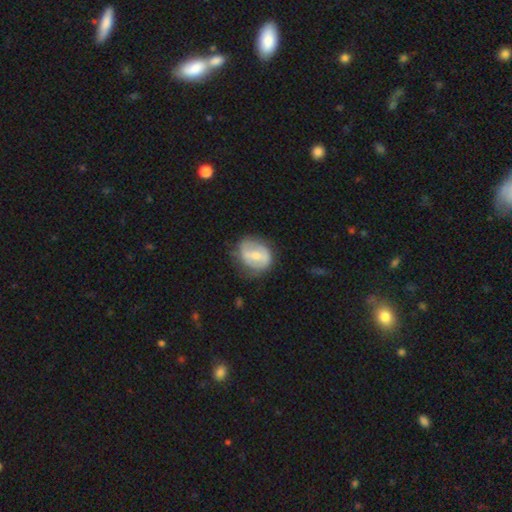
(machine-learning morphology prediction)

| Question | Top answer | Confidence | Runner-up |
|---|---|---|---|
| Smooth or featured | featured or disk | 55% | smooth (39%) |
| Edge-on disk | no | 96% | yes (4%) |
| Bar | weak | 45% | strong (36%) |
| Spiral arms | yes | 52% | no (48%) |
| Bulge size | moderate | 52% | small (34%) |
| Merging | none | 59% | minor disturbance (28%) |